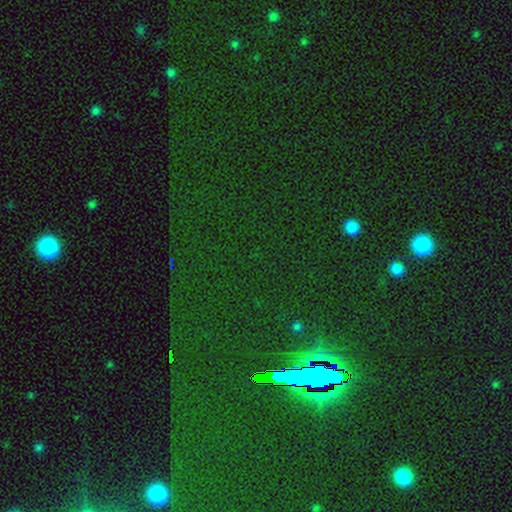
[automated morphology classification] The model was most divided on "smooth or featured": star or artifact: 82%, smooth: 9%, featured or disk: 9%.